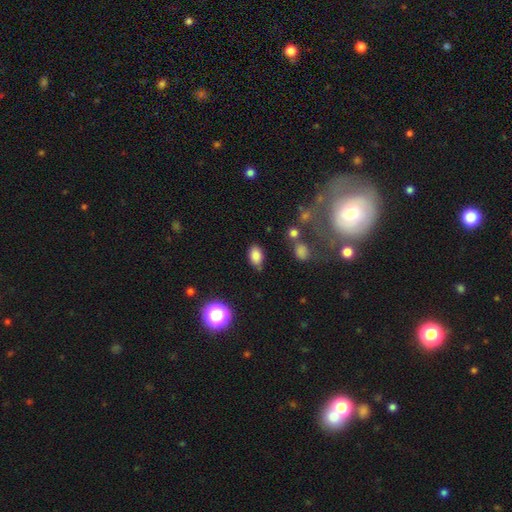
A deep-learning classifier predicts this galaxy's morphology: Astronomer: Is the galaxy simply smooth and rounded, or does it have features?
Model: smooth — 82%.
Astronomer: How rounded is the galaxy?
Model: in between — 88%.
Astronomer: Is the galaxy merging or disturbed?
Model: none — 73%.